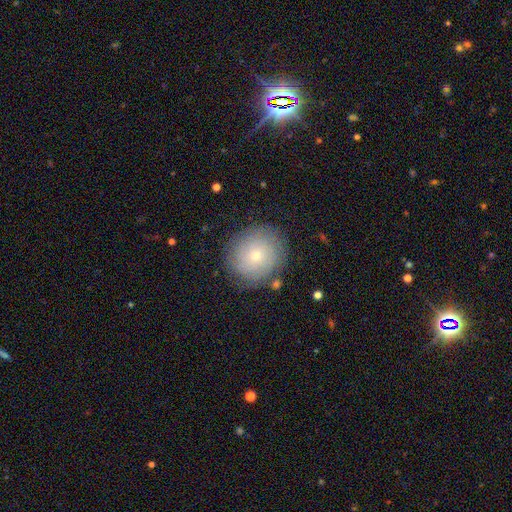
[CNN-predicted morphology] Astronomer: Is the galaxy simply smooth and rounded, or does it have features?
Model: smooth — 49% (runner-up: featured or disk, 40%).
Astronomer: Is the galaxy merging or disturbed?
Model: none — 82%.